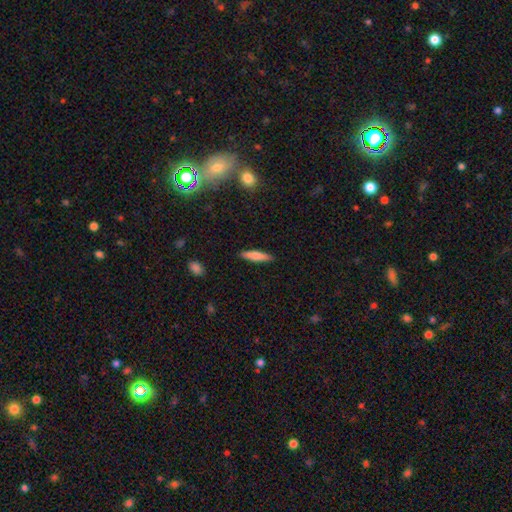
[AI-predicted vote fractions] smooth 73%, featured or disk 20%, star or artifact 6%. Down the decision tree: how rounded — cigar-shaped (81%); merging — none (89%).